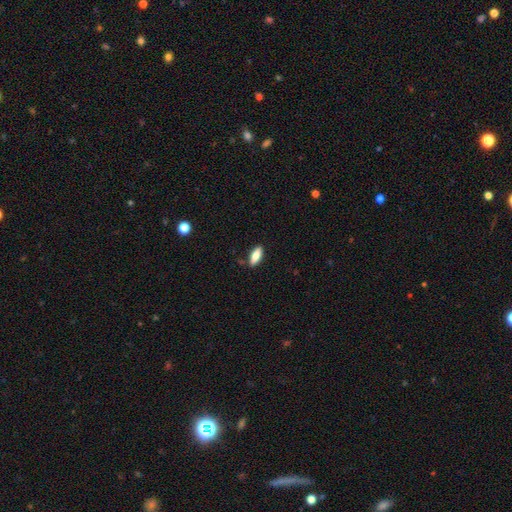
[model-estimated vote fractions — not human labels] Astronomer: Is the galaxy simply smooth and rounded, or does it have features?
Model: smooth — 79%.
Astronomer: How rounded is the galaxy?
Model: in between — 71%.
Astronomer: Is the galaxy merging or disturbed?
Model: none — 84%.